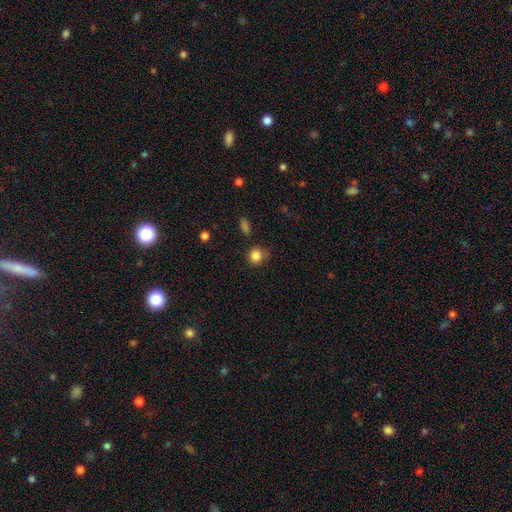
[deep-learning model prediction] smooth_or_featured: smooth (p=0.84) [alt: star or artifact p=0.11]
how_rounded: round (p=0.85) [alt: in between p=0.14]
merging: none (p=0.72) [alt: minor disturbance p=0.20]